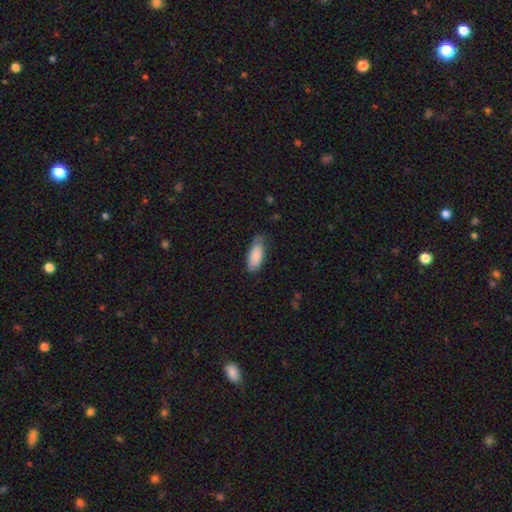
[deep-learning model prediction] Smooth or featured?
  - smooth: 85% *
  - featured or disk: 9%
  - star or artifact: 6%
How rounded?
  - in between: 84% *
  - cigar-shaped: 14%
  - round: 2%
Merging?
  - none: 64% *
  - minor disturbance: 30%
  - major disturbance: 5%
  - merger: 1%